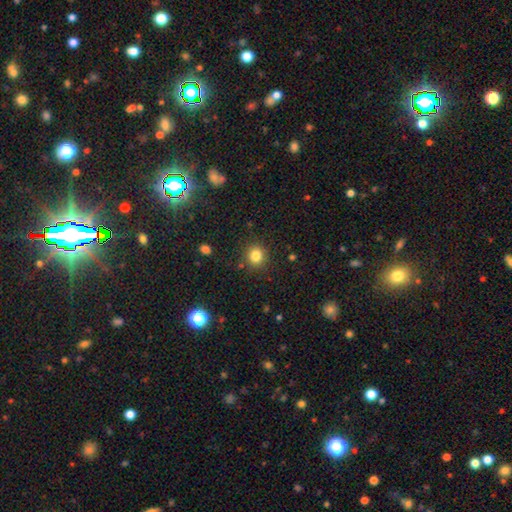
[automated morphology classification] Smooth or featured? Predicted: smooth (p=0.82). How rounded? Predicted: round (p=0.88). Merging? Predicted: none (p=0.88).